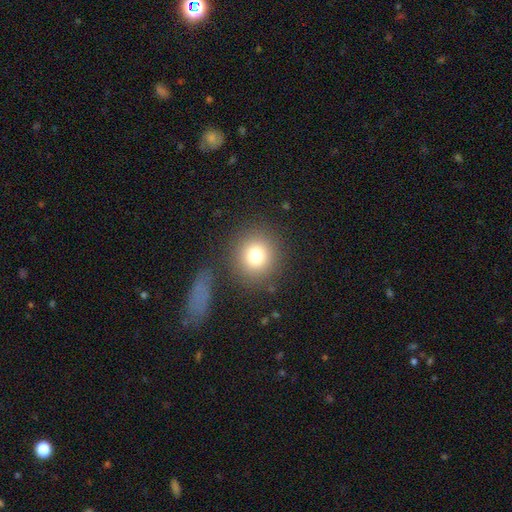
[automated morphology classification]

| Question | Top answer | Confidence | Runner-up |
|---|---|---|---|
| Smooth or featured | smooth | 77% | star or artifact (13%) |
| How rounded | round | 89% | in between (10%) |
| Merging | none | 83% | minor disturbance (8%) |